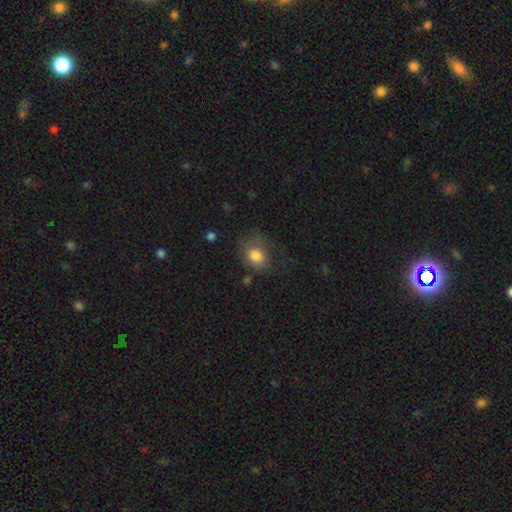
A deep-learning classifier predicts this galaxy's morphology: A smooth galaxy with no disk features (76%) that is in between round and cigar-shaped (50%).

Vote fractions:
- Smooth or featured? smooth: 76% / featured or disk: 15% / star or artifact: 9%
- How rounded? in between: 50% / round: 49% / cigar-shaped: 1%
- Merging? none: 47% / minor disturbance: 26% / major disturbance: 25% / merger: 3%